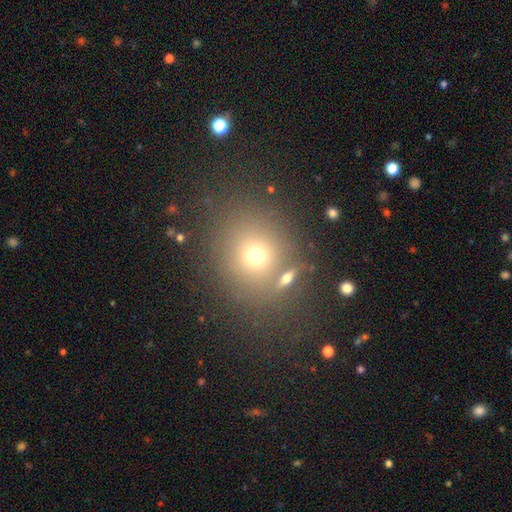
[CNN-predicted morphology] Smooth or featured? Predicted: smooth (p=0.68). How rounded? Predicted: round (p=0.80). Merging? Predicted: none (p=0.70).